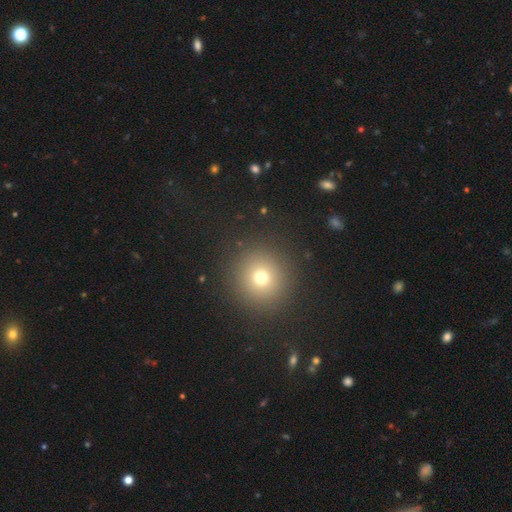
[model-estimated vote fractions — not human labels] Morphology: type=smooth (65%); roundness=round (93%); merging=none (91%).